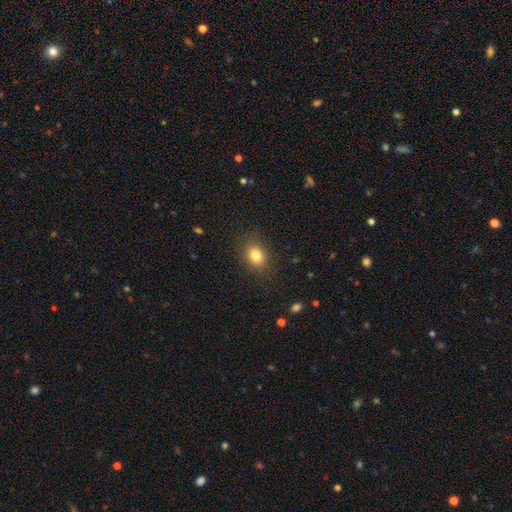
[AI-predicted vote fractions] smooth-or-featured: smooth: 81% | star or artifact: 11% | featured or disk: 8%
  how-rounded: in between: 57% | round: 42% | cigar-shaped: 1%
  merging: none: 84% | minor disturbance: 11% | major disturbance: 4% | merger: 1%